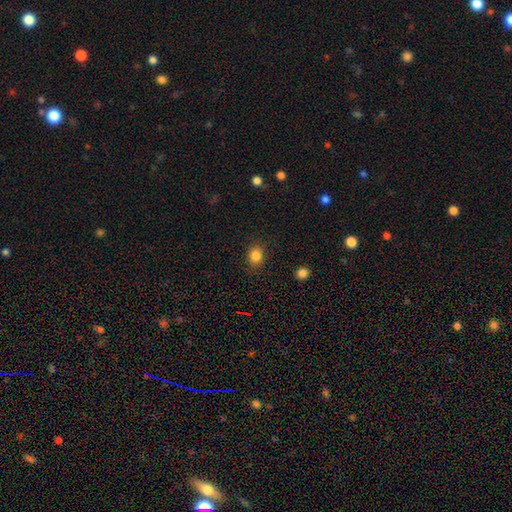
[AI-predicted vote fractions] Q: Smooth or featured?
A: smooth (85%); runner-up: star or artifact (11%)
Q: How rounded?
A: round (63%); runner-up: in between (36%)
Q: Merging?
A: none (87%); runner-up: minor disturbance (9%)